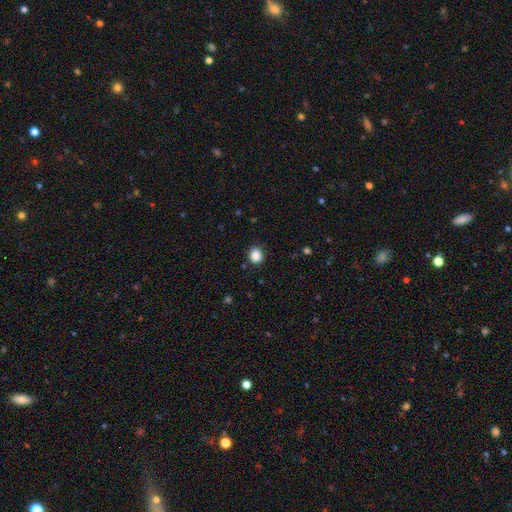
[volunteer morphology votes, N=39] type=smooth (85%); roundness=round (94%); merging=none (97%).